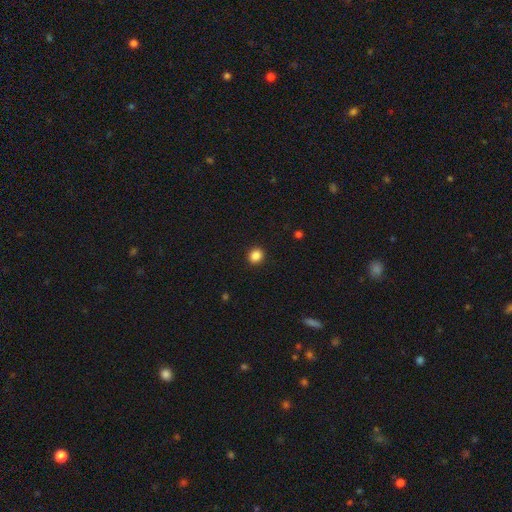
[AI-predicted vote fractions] smooth-or-featured: smooth: 87% | star or artifact: 10% | featured or disk: 3%
  how-rounded: round: 76% | in between: 23% | cigar-shaped: 1%
  merging: none: 92% | minor disturbance: 5% | major disturbance: 2% | merger: 1%